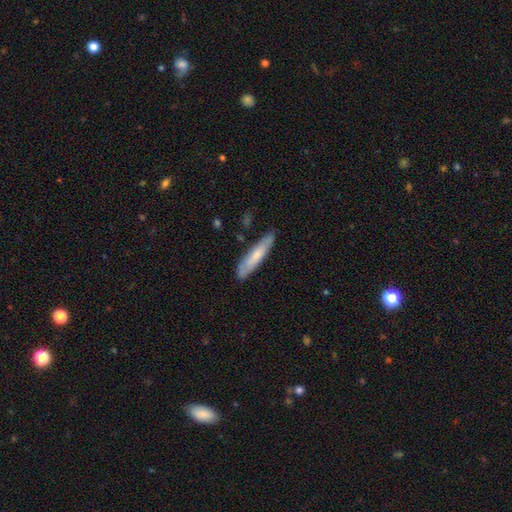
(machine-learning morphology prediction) smooth_or_featured: smooth (p=0.64) [alt: featured or disk p=0.30]
how_rounded: cigar-shaped (p=0.85) [alt: in between p=0.13]
merging: none (p=0.81) [alt: minor disturbance p=0.15]